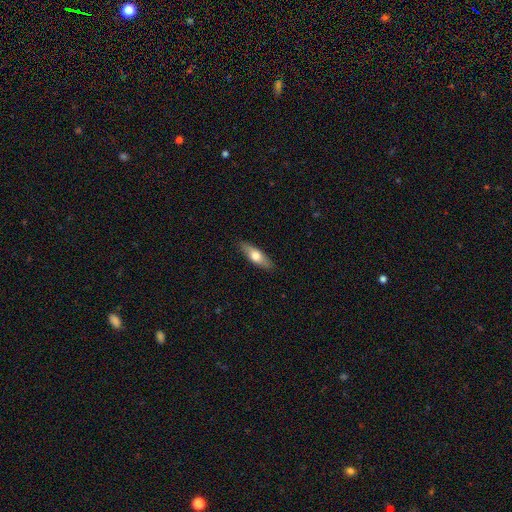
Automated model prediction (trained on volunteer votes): smooth 62%, featured or disk 32%, star or artifact 6%. Down the decision tree: how rounded — in between (55%); merging — none (87%).